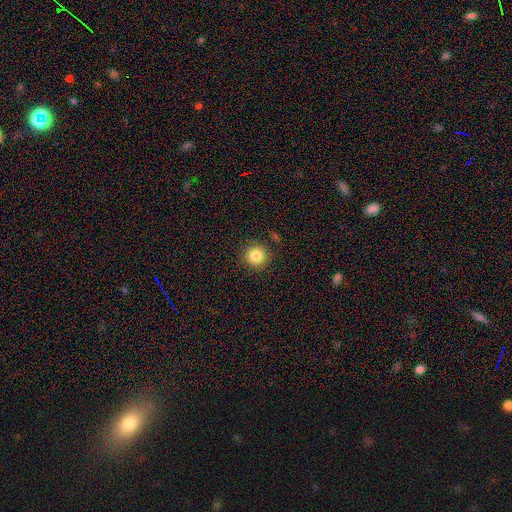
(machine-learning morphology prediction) Smooth or featured?
  - smooth: 84% *
  - star or artifact: 11%
  - featured or disk: 6%
How rounded?
  - round: 95% *
  - in between: 4%
  - cigar-shaped: 1%
Merging?
  - none: 89% *
  - minor disturbance: 7%
  - major disturbance: 2%
  - merger: 2%